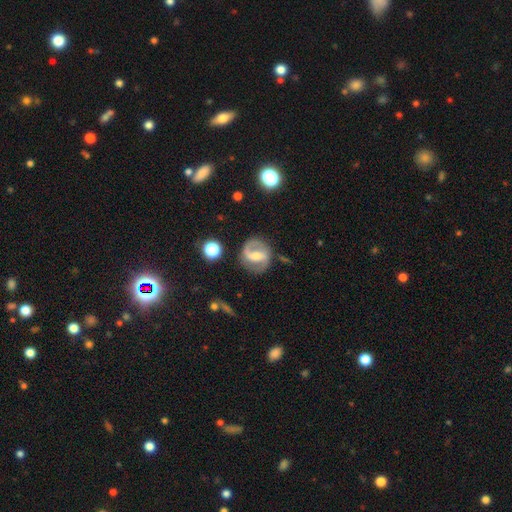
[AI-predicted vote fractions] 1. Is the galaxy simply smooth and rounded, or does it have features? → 83% featured or disk, 12% smooth, 6% star or artifact.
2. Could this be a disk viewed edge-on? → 97% no, 3% yes.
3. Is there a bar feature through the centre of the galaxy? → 42% strong, 40% weak, 19% no.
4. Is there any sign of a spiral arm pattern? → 93% yes, 7% no.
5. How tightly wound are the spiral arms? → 50% medium, 29% loose, 21% tight.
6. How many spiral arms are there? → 88% 2, 5% 1, 4% can't tell, 1% 3, 1% 4, 1% more than 4.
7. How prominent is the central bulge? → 49% moderate, 44% small, 3% large, 3% none, 1% dominant.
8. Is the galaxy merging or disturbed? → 79% none, 13% minor disturbance, 5% major disturbance, 2% merger.